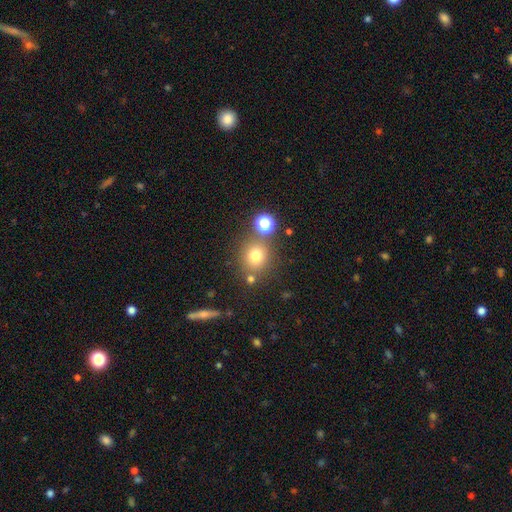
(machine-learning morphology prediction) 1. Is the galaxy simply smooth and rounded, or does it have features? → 73% smooth, 17% star or artifact, 10% featured or disk.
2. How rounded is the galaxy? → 87% round, 12% in between, 1% cigar-shaped.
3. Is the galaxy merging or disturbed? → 74% none, 12% merger, 10% minor disturbance, 4% major disturbance.